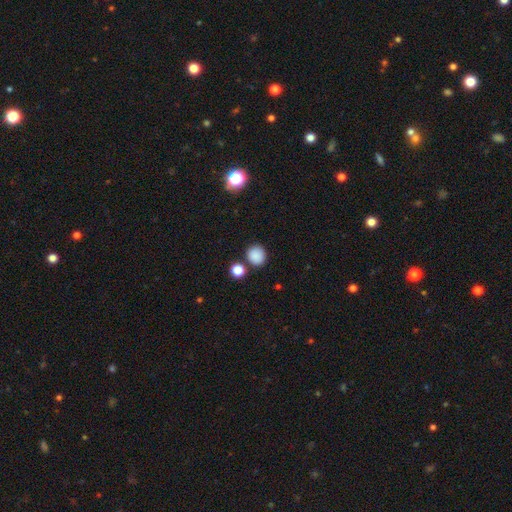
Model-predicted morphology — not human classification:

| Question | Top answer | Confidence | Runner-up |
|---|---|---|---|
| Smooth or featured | smooth | 85% | star or artifact (11%) |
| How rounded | round | 84% | in between (15%) |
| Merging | none | 80% | minor disturbance (9%) |